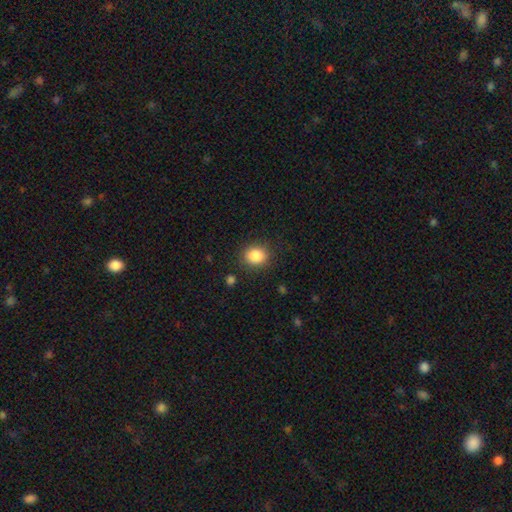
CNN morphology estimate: smooth-or-featured: smooth: 86% | star or artifact: 9% | featured or disk: 5%
  how-rounded: round: 67% | in between: 32% | cigar-shaped: 1%
  merging: none: 86% | minor disturbance: 9% | major disturbance: 3% | merger: 2%